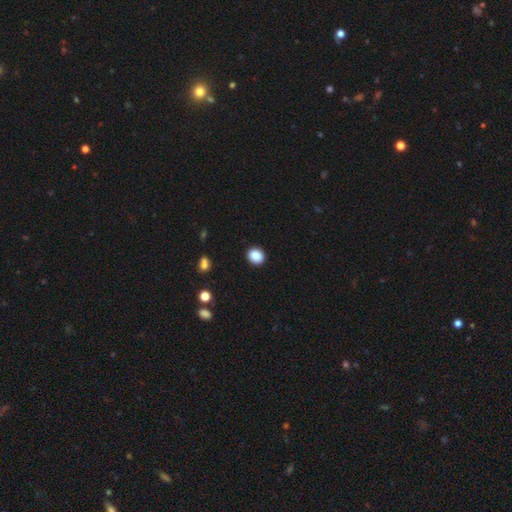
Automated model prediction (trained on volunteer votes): Smooth or featured? smooth (88%)
How rounded? round (65%)
Merging? none (91%)